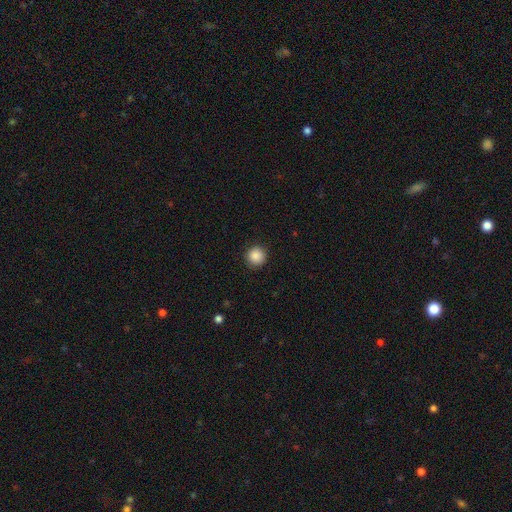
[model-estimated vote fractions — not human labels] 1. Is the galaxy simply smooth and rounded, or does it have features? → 88% smooth, 9% star or artifact, 3% featured or disk.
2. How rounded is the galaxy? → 95% round, 4% in between, 1% cigar-shaped.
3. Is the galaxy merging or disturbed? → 91% none, 7% minor disturbance, 2% major disturbance, 1% merger.